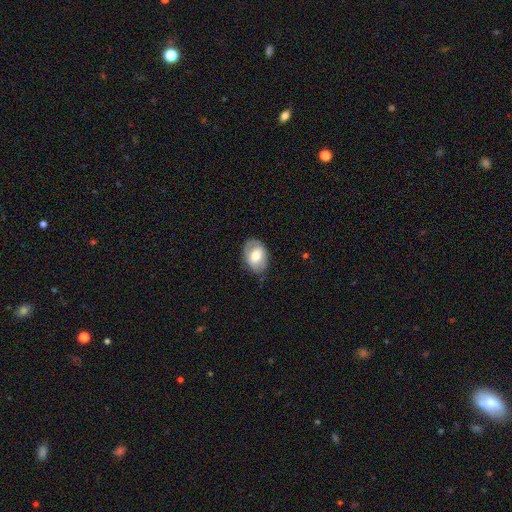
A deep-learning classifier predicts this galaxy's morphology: smooth 62%, featured or disk 31%, star or artifact 7%. Down the decision tree: how rounded — in between (80%); merging — none (74%).